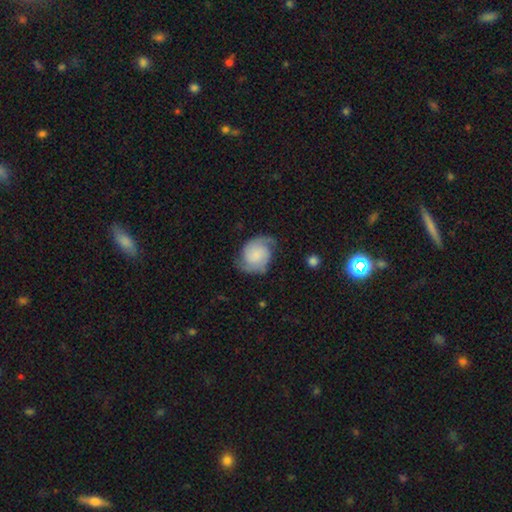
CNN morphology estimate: A featured or disk galaxy (72%) with no bar (71%), 2 (89%) medium (45%) spiral arms (95%) and a small central bulge (40%). Merging: none (68%).